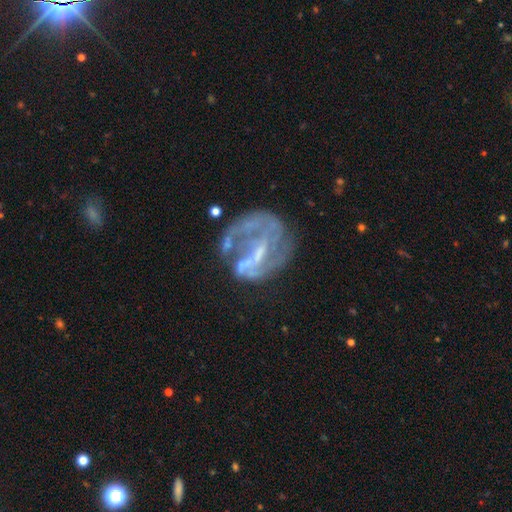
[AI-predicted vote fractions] A featured or disk galaxy (76%) with a weak bar (42%), spiral arms (62%) and no central bulge (39%). Merging: none (41%).